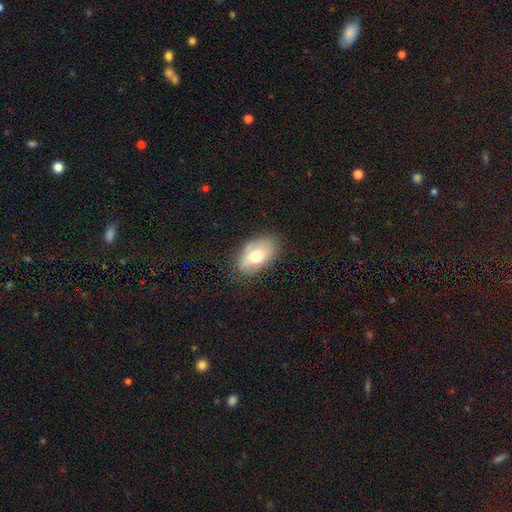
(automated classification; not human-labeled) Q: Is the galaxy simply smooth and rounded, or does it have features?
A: smooth — 57%.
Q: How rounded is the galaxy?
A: in between — 92%.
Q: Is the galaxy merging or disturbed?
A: none — 72%.